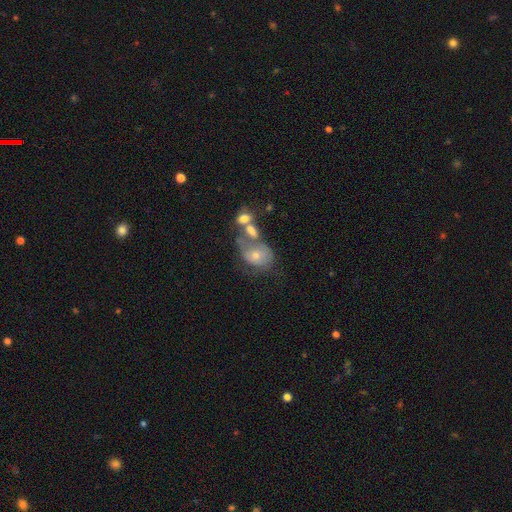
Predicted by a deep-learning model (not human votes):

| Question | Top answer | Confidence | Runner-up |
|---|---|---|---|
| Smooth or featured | smooth | 47% | featured or disk (44%) |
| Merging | merger | 46% | none (20%) |